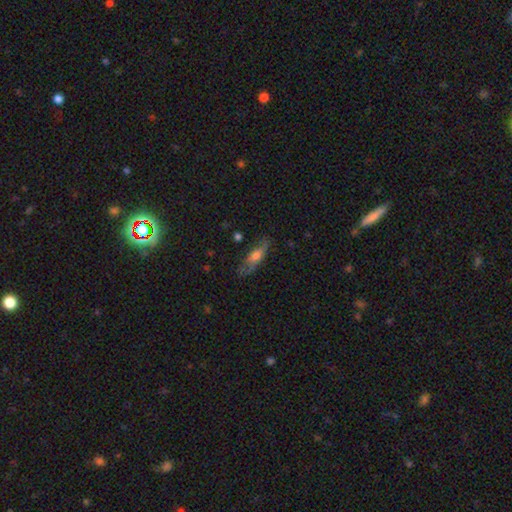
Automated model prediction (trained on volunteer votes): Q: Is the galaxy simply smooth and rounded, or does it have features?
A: smooth — 57%.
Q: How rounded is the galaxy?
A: in between — 54%.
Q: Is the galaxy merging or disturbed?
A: none — 60%.